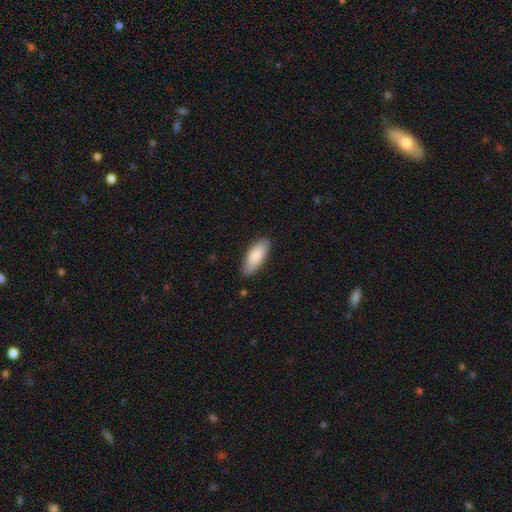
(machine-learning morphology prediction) smooth 87%, featured or disk 7%, star or artifact 5%. Down the decision tree: how rounded — in between (79%); merging — none (84%).